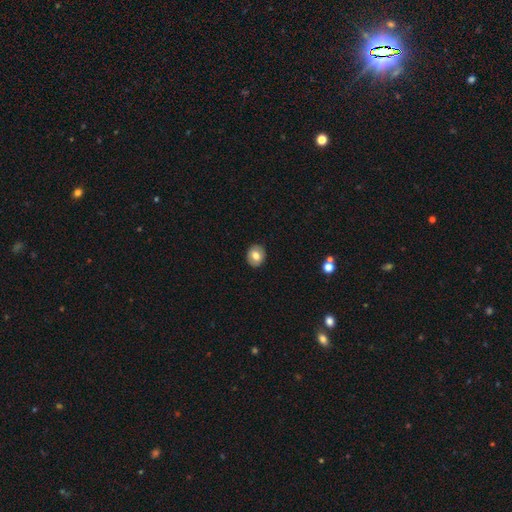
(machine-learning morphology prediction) smooth_or_featured: smooth (p=0.73) [alt: featured or disk p=0.19]
how_rounded: round (p=0.69) [alt: in between p=0.30]
merging: none (p=0.90) [alt: minor disturbance p=0.07]